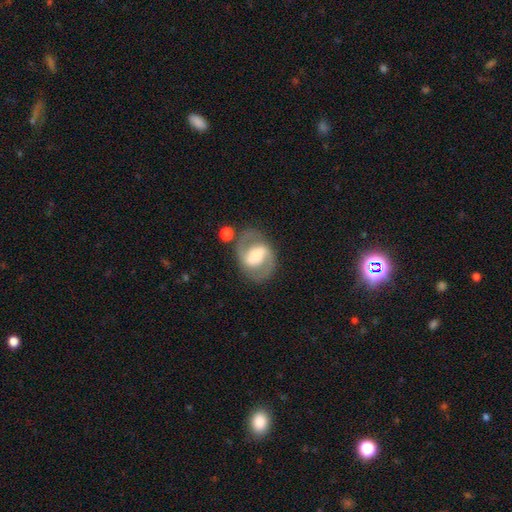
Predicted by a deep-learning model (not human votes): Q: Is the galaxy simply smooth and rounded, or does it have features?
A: featured or disk — 76%.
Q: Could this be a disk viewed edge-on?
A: no — 97%.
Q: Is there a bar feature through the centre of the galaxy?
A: strong — 47%.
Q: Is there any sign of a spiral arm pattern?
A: yes — 85%.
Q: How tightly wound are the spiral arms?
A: medium — 54%.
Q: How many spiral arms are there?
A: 2 — 90%.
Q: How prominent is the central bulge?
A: moderate — 47%.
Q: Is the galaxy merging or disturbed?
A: none — 75%.